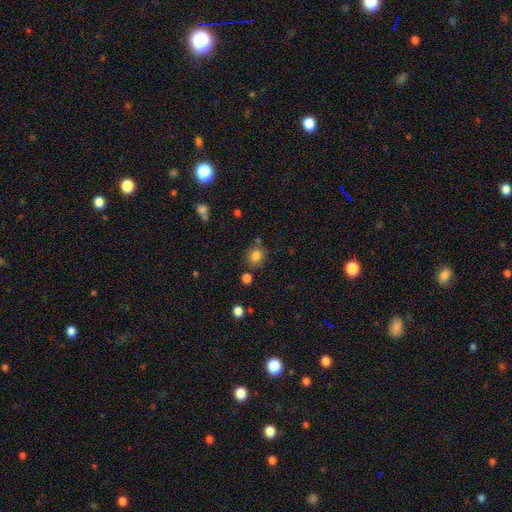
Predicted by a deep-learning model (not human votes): This appears to be a smooth galaxy with no disk features (81%) that is round (80%). Merging: none (77%).